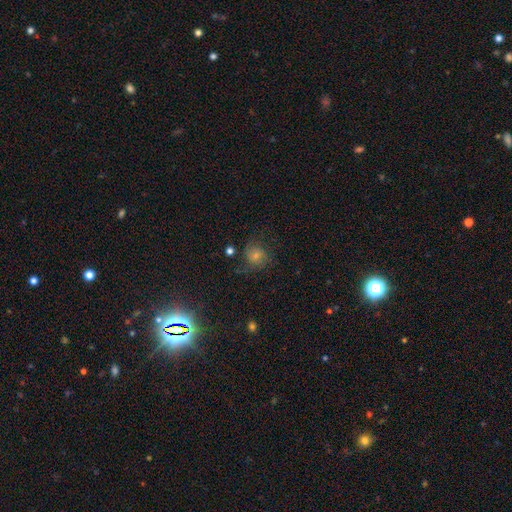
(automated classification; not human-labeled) smooth-or-featured: smooth: 60% | featured or disk: 27% | star or artifact: 13%
  how-rounded: round: 76% | in between: 23% | cigar-shaped: 1%
  merging: none: 59% | minor disturbance: 23% | major disturbance: 15% | merger: 3%